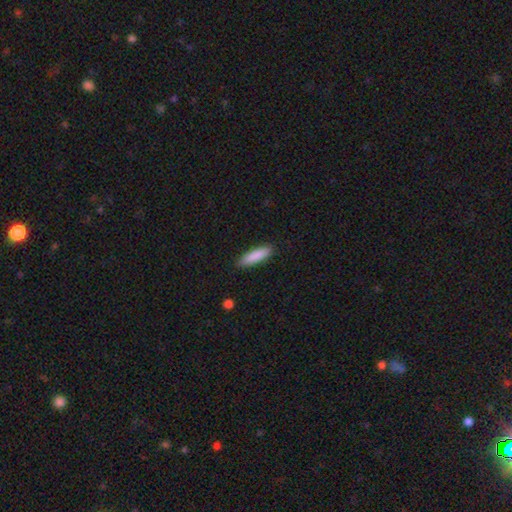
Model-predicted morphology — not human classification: A smooth galaxy with no disk features (86%) that is cigar-shaped (70%). Merging: none (87%).